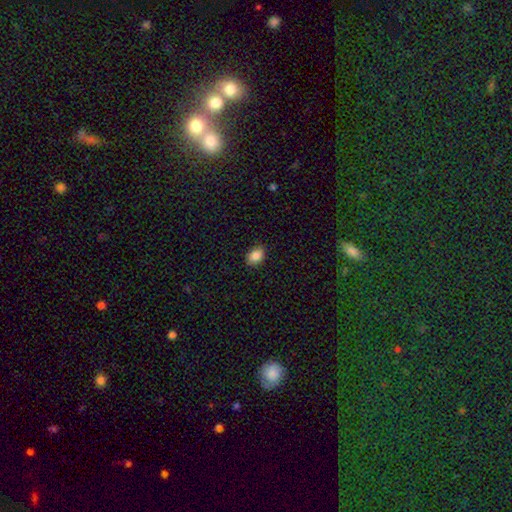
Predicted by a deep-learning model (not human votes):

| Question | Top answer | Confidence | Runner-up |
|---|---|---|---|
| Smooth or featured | smooth | 88% | star or artifact (8%) |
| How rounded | in between | 77% | round (22%) |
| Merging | none | 87% | minor disturbance (10%) |